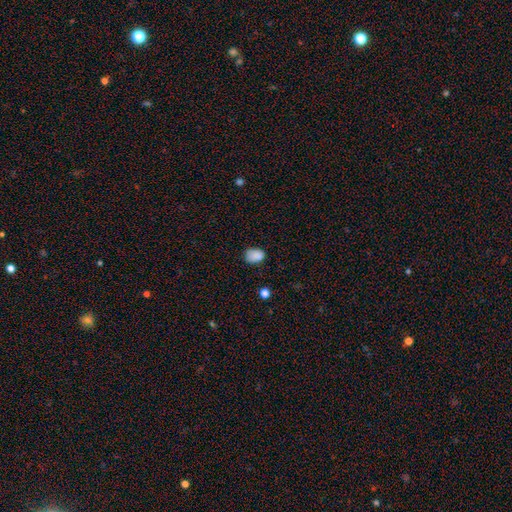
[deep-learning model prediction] Smooth or featured?
  - smooth: 85% *
  - star or artifact: 10%
  - featured or disk: 5%
How rounded?
  - in between: 74% *
  - round: 25%
  - cigar-shaped: 1%
Merging?
  - none: 66% *
  - minor disturbance: 26%
  - major disturbance: 6%
  - merger: 2%